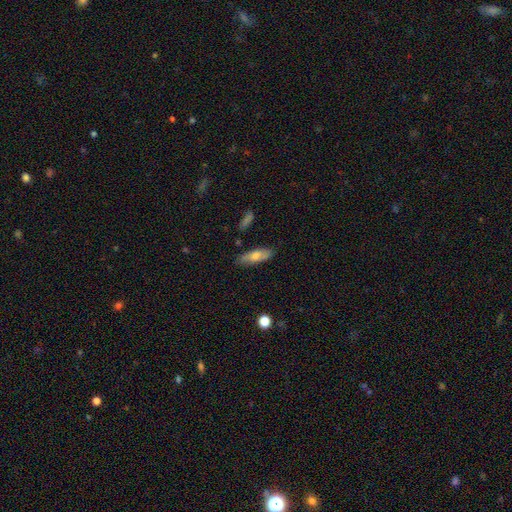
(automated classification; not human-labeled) Smooth or featured: smooth — 61% (featured or disk — 32%)
How rounded: in between — 52% (cigar-shaped — 45%)
Merging: none — 83% (minor disturbance — 12%)